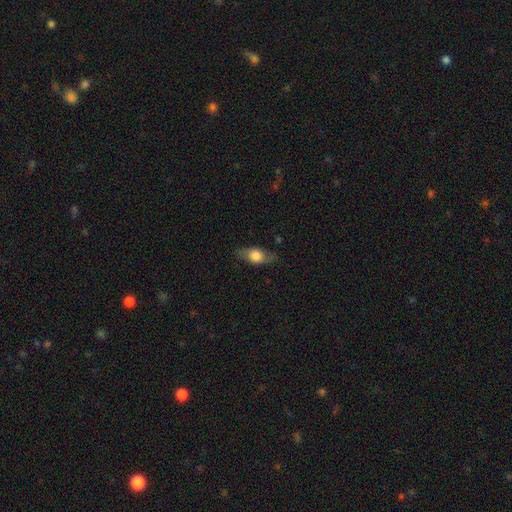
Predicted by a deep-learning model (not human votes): A smooth galaxy with no disk features (56%) that is in between round and cigar-shaped (68%).

Vote fractions:
- Smooth or featured? smooth: 56% / featured or disk: 37% / star or artifact: 7%
- How rounded? in between: 68% / round: 18% / cigar-shaped: 14%
- Merging? none: 75% / minor disturbance: 17% / major disturbance: 6% / merger: 1%